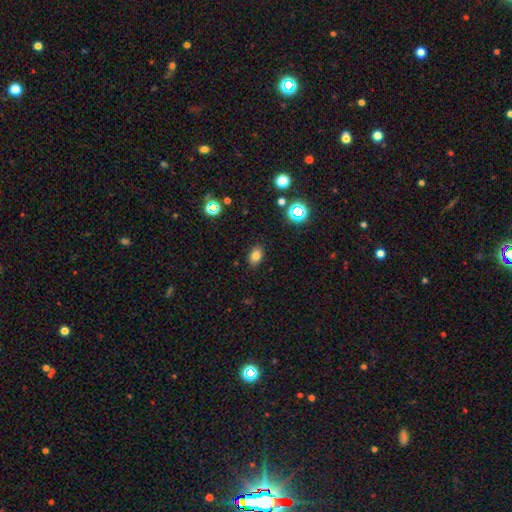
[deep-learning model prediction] Q: Smooth or featured?
A: smooth (78%); runner-up: star or artifact (15%)
Q: How rounded?
A: in between (82%); runner-up: round (16%)
Q: Merging?
A: none (87%); runner-up: minor disturbance (9%)